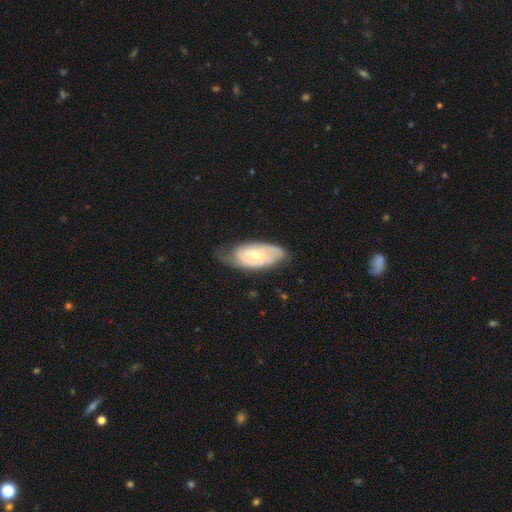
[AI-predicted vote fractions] Morphology: type=featured or disk (68%); edge-on=no (92%); bar=no (49%); spiral arms=yes (86%); winding=tight (52%); arm count=2 (53%); bulge=small (53%); merging=none (58%).